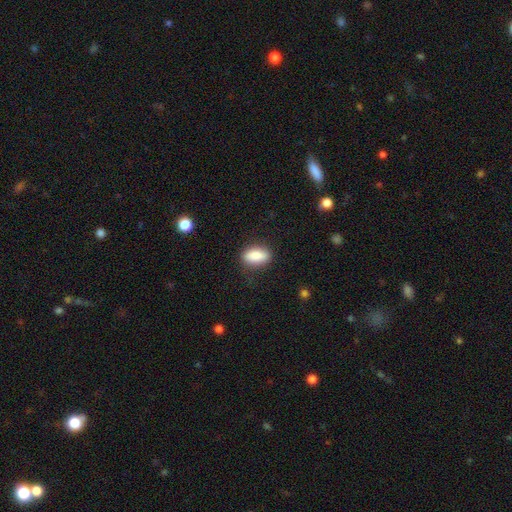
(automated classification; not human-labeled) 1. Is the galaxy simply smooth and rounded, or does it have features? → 85% smooth, 8% featured or disk, 7% star or artifact.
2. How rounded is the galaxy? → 86% in between, 8% cigar-shaped, 6% round.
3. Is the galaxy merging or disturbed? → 81% none, 14% minor disturbance, 4% major disturbance, 1% merger.